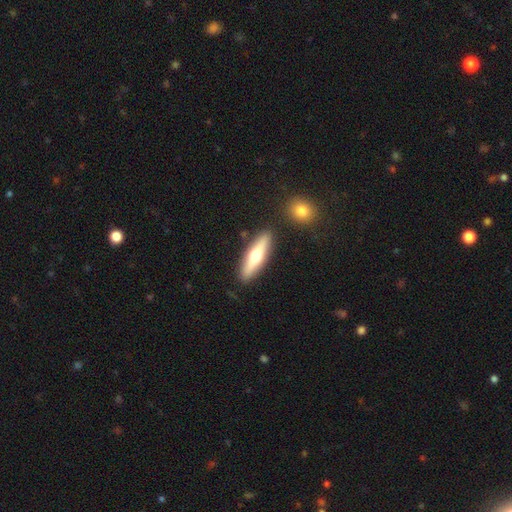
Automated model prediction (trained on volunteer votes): Smooth or featured: featured or disk — 51% (smooth — 44%)
Edge-on disk: yes — 90% (no — 10%)
Merging: none — 87% (minor disturbance — 8%)